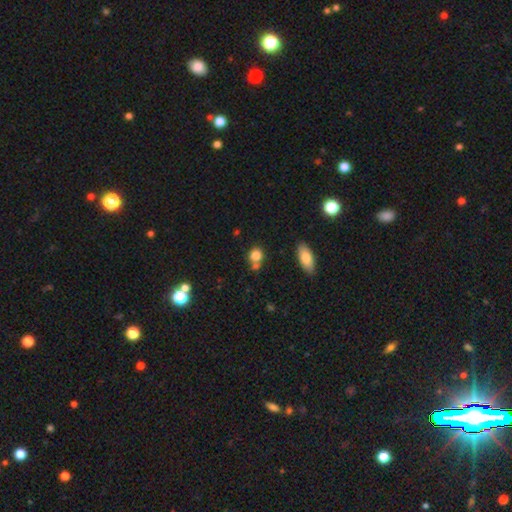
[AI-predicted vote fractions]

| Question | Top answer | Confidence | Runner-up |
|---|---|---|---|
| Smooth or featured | smooth | 81% | star or artifact (11%) |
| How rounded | round | 78% | in between (20%) |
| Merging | none | 59% | merger (27%) |